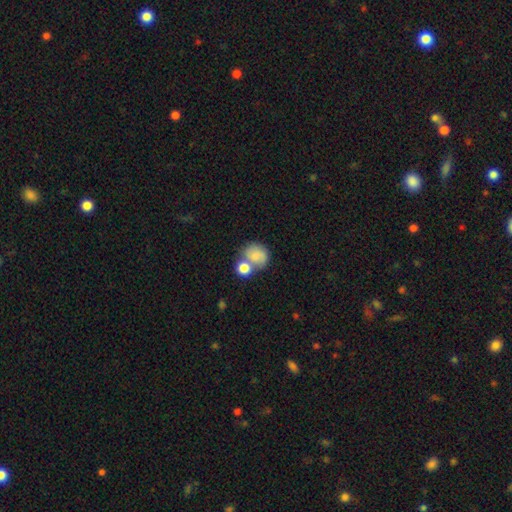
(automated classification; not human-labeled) The model was most divided on "merging": merger: 42%, none: 36%, minor disturbance: 15%, major disturbance: 8%. More confident: smooth or featured — smooth (77%); how rounded — round (64%).